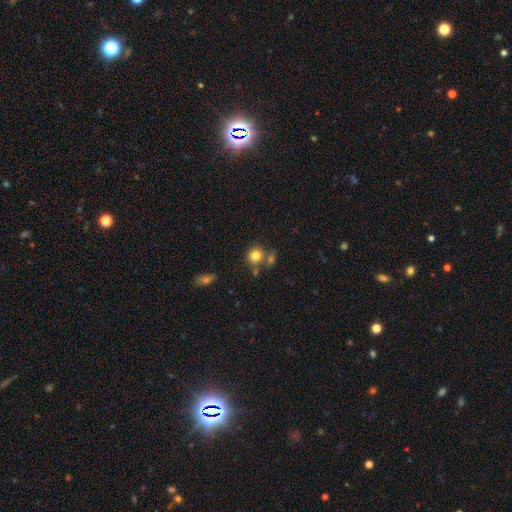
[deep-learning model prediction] smooth_or_featured: smooth (p=0.81) [alt: star or artifact p=0.11]
how_rounded: round (p=0.85) [alt: in between p=0.14]
merging: none (p=0.64) [alt: merger p=0.21]